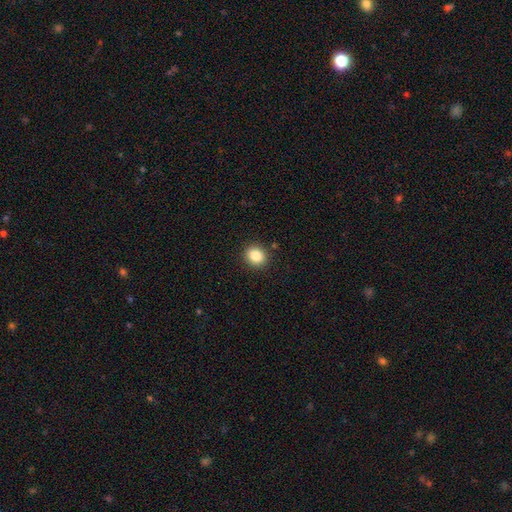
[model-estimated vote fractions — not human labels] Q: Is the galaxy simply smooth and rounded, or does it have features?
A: smooth — 86%.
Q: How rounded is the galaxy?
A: round — 64%.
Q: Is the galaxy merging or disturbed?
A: none — 90%.